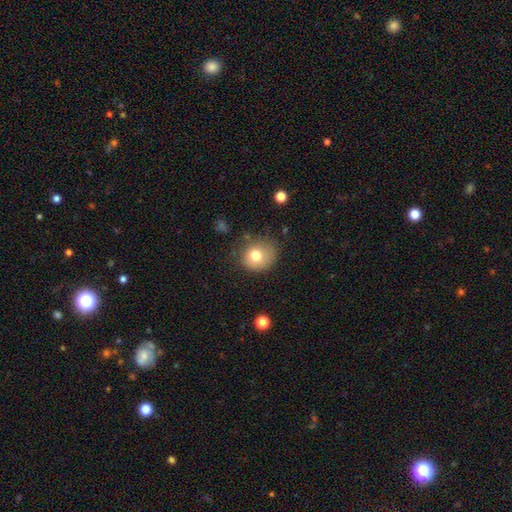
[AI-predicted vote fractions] Smooth or featured: smooth — 75% (featured or disk — 14%)
How rounded: round — 74% (in between — 25%)
Merging: none — 63% (minor disturbance — 25%)